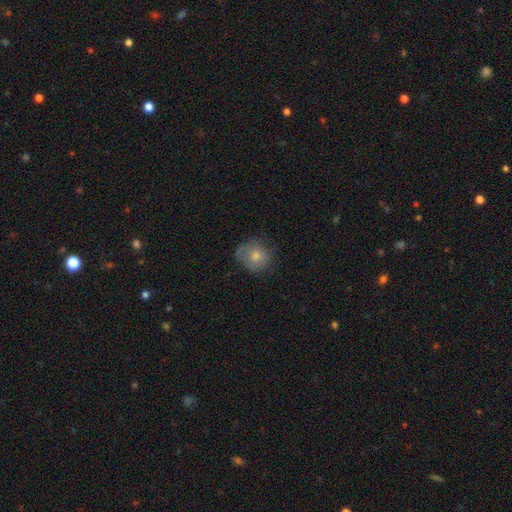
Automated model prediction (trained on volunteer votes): Q: Smooth or featured?
A: smooth (60%); runner-up: featured or disk (28%)
Q: How rounded?
A: round (81%); runner-up: in between (18%)
Q: Merging?
A: none (68%); runner-up: minor disturbance (23%)